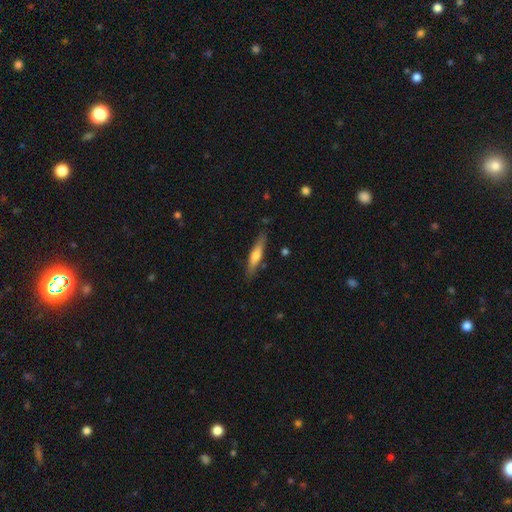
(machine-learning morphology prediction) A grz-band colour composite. It shows a smooth galaxy with no disk features (55%) that is cigar-shaped (83%). Merging: none (83%).